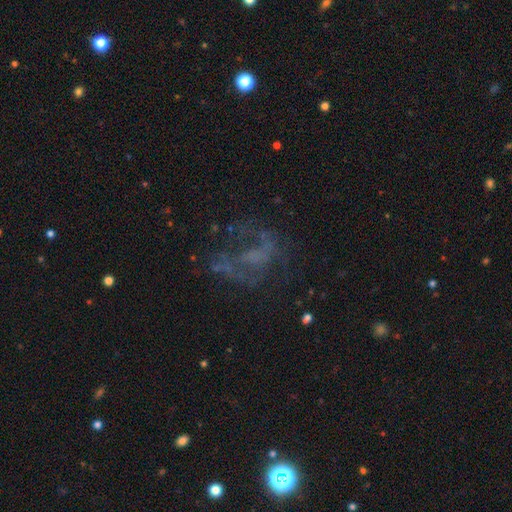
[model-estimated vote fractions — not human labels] The model was most divided on "spiral arms": no: 52%, yes: 48%. Remaining: edge-on disk — no (97%); bulge size — none (67%); bar — no (67%); smooth or featured — featured or disk (57%); merging — none (45%).